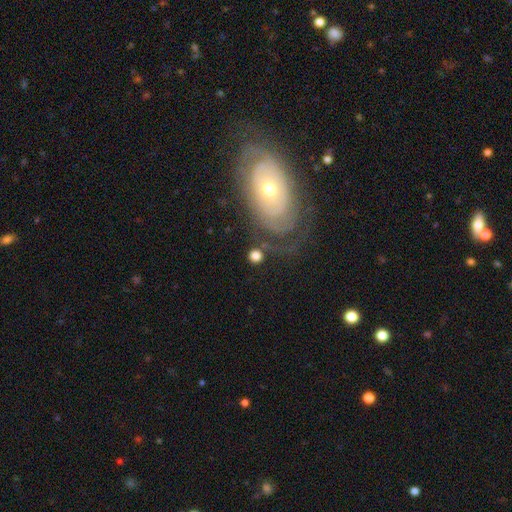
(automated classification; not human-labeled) Q: Smooth or featured?
A: smooth (69%); runner-up: featured or disk (20%)
Q: How rounded?
A: round (85%); runner-up: in between (13%)
Q: Merging?
A: none (70%); runner-up: minor disturbance (11%)